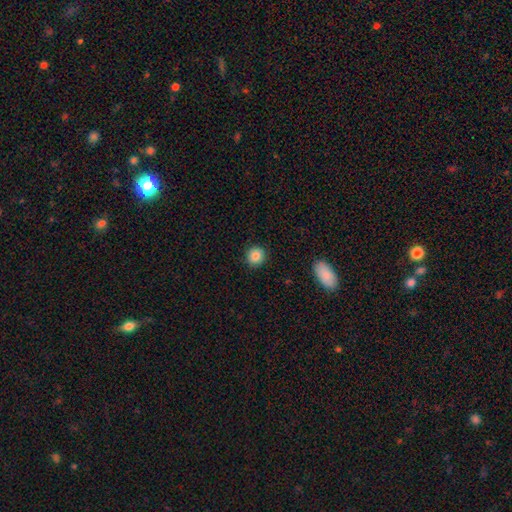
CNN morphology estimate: type=smooth (85%); roundness=round (90%); merging=none (90%).